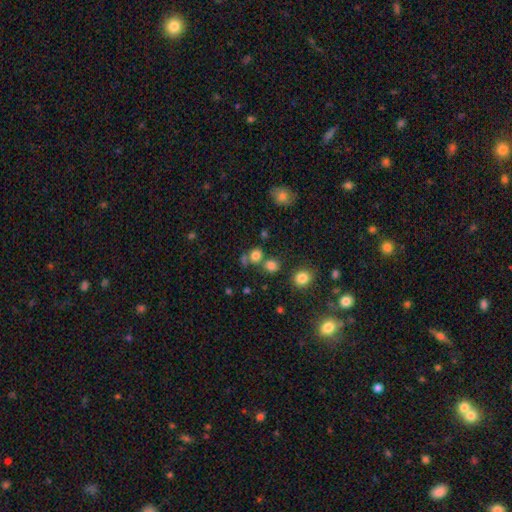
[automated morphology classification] A smooth galaxy with no disk features (77%) that is round (73%).

Vote fractions:
- Smooth or featured? smooth: 77% / star or artifact: 16% / featured or disk: 7%
- How rounded? round: 73% / in between: 26% / cigar-shaped: 1%
- Merging? none: 58% / merger: 27% / minor disturbance: 10% / major disturbance: 5%